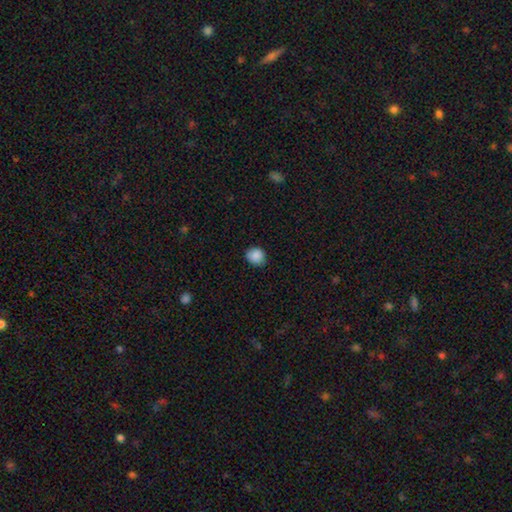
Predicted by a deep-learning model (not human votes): A smooth galaxy with no disk features (88%) that is round (78%).

Vote fractions:
- Smooth or featured? smooth: 88% / star or artifact: 9% / featured or disk: 3%
- How rounded? round: 78% / in between: 21% / cigar-shaped: 1%
- Merging? none: 81% / minor disturbance: 15% / major disturbance: 2% / merger: 1%